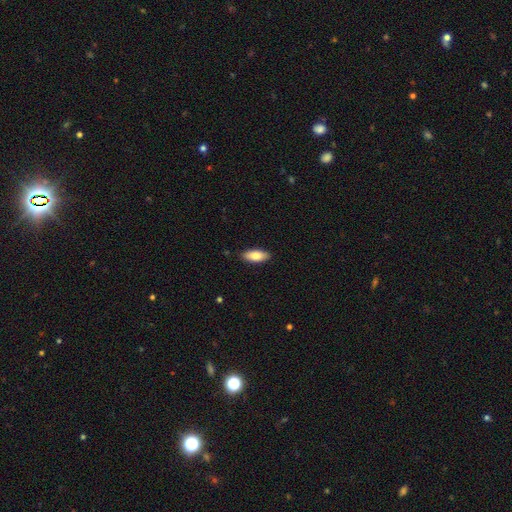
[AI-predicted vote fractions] Overall: smooth (80%). How rounded: in between (82%). Merging: none (89%).